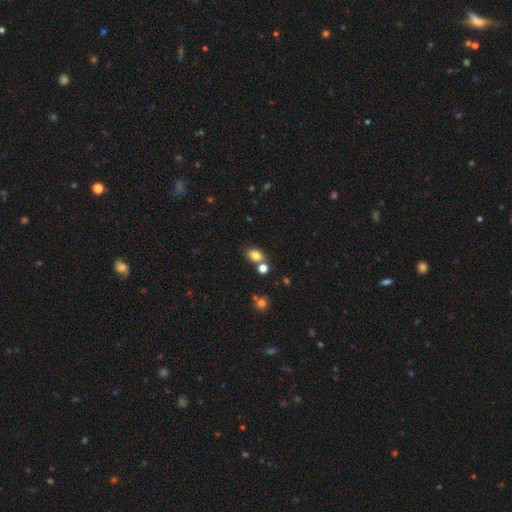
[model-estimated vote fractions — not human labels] Smooth or featured?
  - smooth: 81% *
  - star or artifact: 12%
  - featured or disk: 7%
How rounded?
  - in between: 67% *
  - round: 32%
  - cigar-shaped: 1%
Merging?
  - none: 63% *
  - merger: 21%
  - minor disturbance: 12%
  - major disturbance: 4%